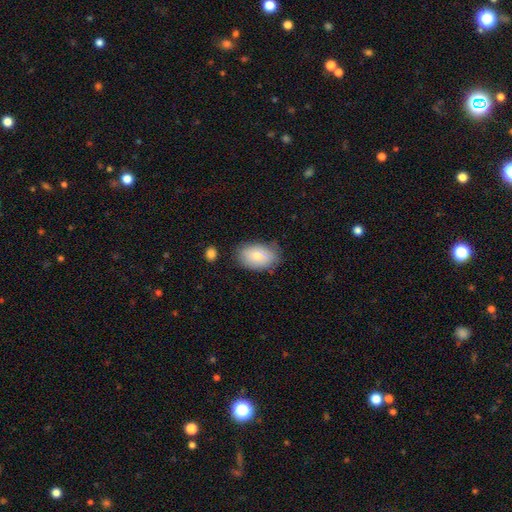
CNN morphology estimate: Q: Smooth or featured?
A: smooth (77%); runner-up: featured or disk (15%)
Q: How rounded?
A: in between (90%); runner-up: round (9%)
Q: Merging?
A: none (76%); runner-up: minor disturbance (18%)